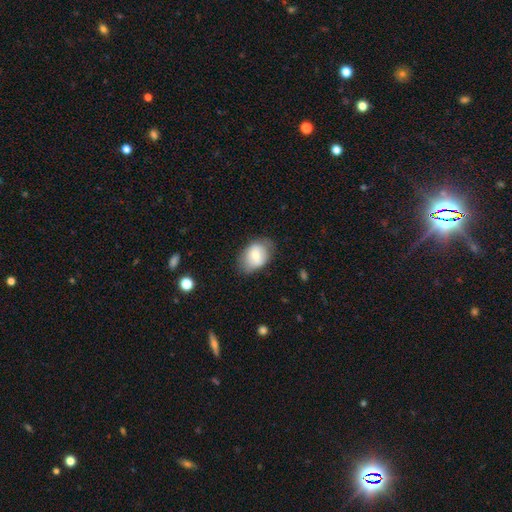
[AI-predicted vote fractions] Overall: smooth (67%). How rounded: in between (75%). Merging: none (68%).